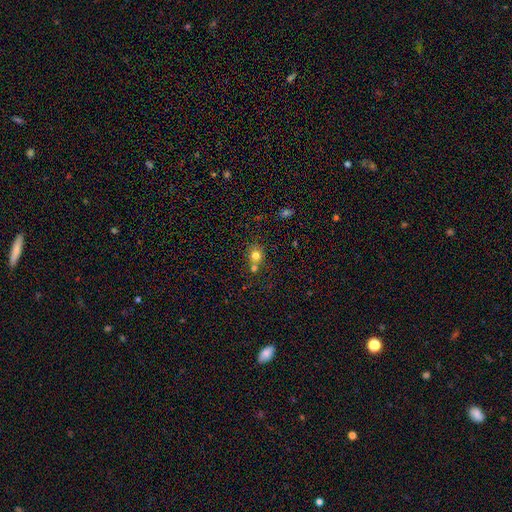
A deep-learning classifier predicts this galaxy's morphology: Q: Smooth or featured?
A: smooth (78%); runner-up: star or artifact (14%)
Q: How rounded?
A: round (80%); runner-up: in between (19%)
Q: Merging?
A: none (59%); runner-up: merger (28%)